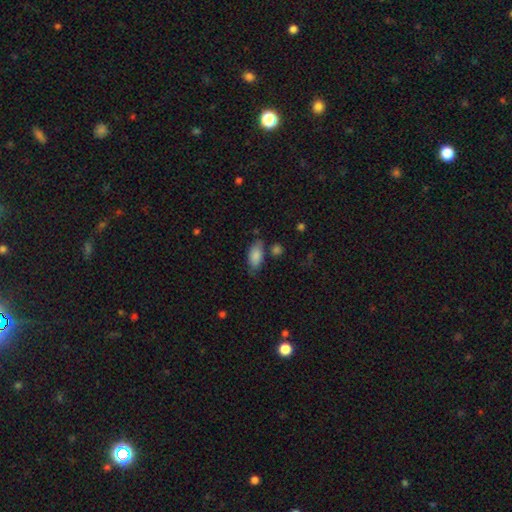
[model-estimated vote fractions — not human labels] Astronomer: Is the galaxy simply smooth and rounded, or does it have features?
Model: smooth — 84%.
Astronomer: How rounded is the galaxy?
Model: in between — 89%.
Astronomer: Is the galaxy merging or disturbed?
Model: none — 65%.